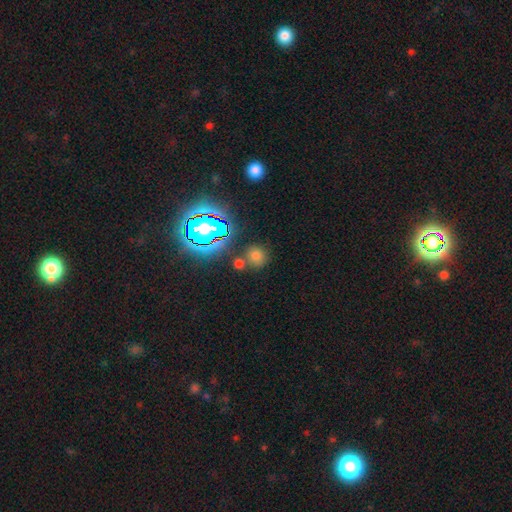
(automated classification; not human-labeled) Q: Smooth or featured?
A: smooth (64%); runner-up: star or artifact (28%)
Q: How rounded?
A: round (88%); runner-up: in between (11%)
Q: Merging?
A: none (73%); runner-up: merger (15%)